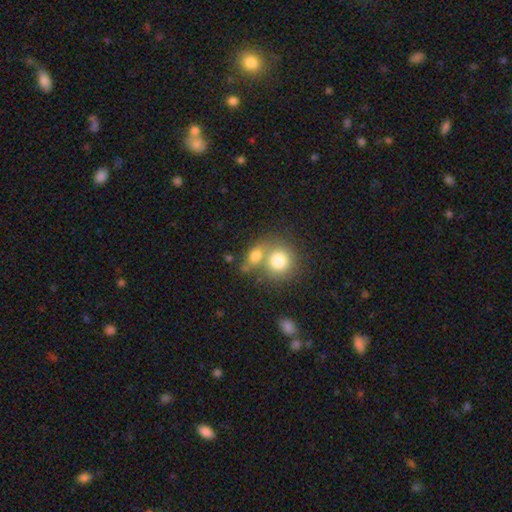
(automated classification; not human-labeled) This is likely a smooth galaxy (75%). How rounded: possibly round (59%). Merging: possibly merger (53%).